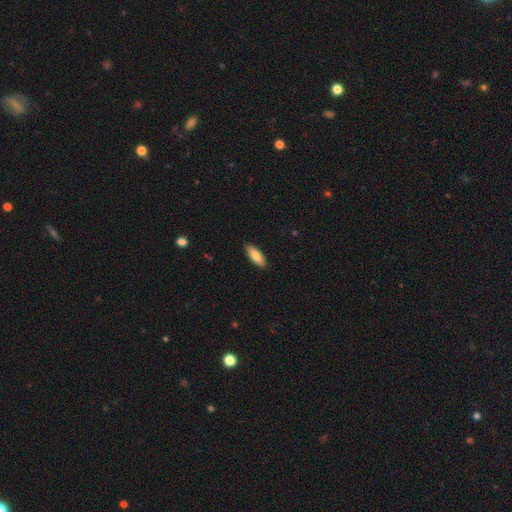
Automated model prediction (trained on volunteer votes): Smooth or featured? Predicted: smooth (p=0.80). How rounded? Predicted: in between (p=0.73). Merging? Predicted: none (p=0.90).